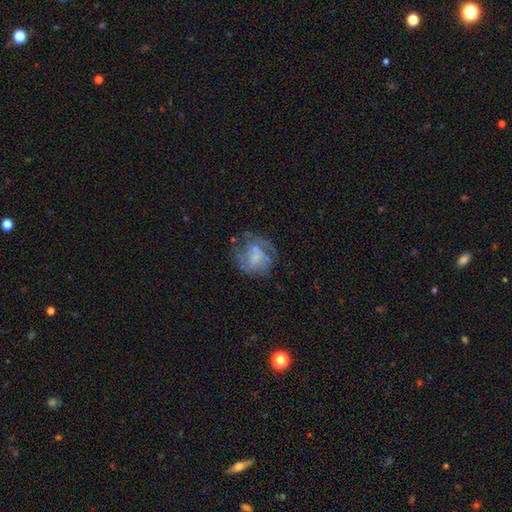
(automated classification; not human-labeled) Q: Smooth or featured?
A: featured or disk (52%); runner-up: smooth (36%)
Q: Edge-on disk?
A: no (98%); runner-up: yes (2%)
Q: Bar?
A: no (75%); runner-up: weak (20%)
Q: Spiral arms?
A: no (58%); runner-up: yes (42%)
Q: Bulge size?
A: none (51%); runner-up: small (22%)
Q: Merging?
A: none (48%); runner-up: major disturbance (27%)